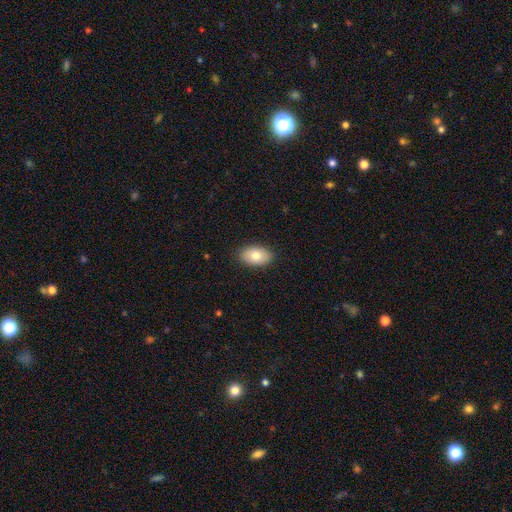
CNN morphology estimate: This is likely a smooth galaxy (78%). How rounded: clearly in between (92%). Merging: clearly none (88%).